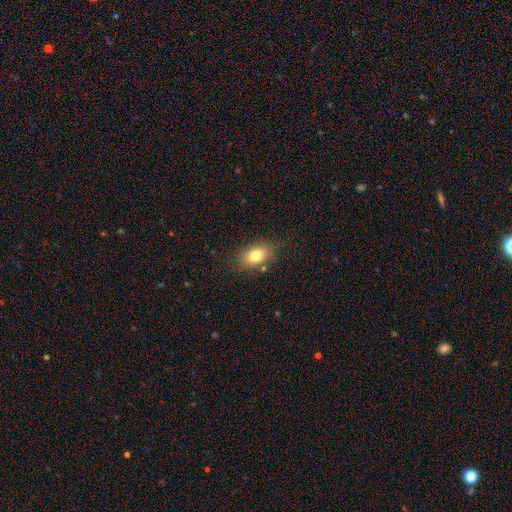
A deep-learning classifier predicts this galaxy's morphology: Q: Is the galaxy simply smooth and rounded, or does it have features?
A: smooth — 78%.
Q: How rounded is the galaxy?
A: in between — 80%.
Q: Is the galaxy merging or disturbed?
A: none — 79%.